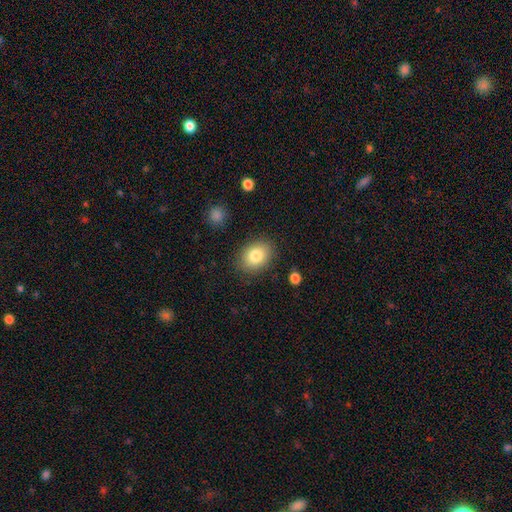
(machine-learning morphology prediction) A smooth galaxy with no disk features (81%) that is in between round and cigar-shaped (69%). Merging: none (85%).